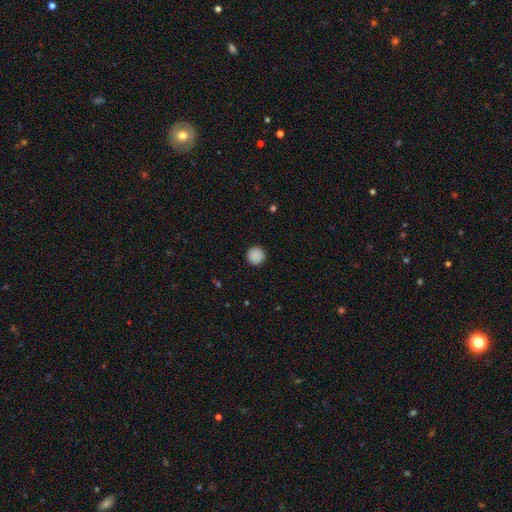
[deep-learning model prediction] Overall: smooth (89%). How rounded: round (95%). Merging: none (92%).